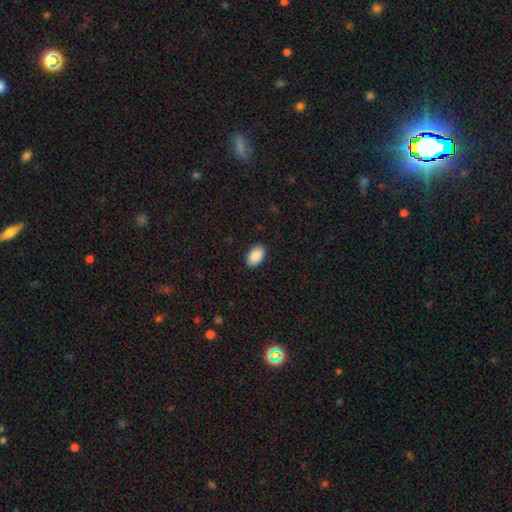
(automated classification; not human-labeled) This appears to be a smooth galaxy with no disk features (91%) that is in between round and cigar-shaped (93%). Merging: none (89%).